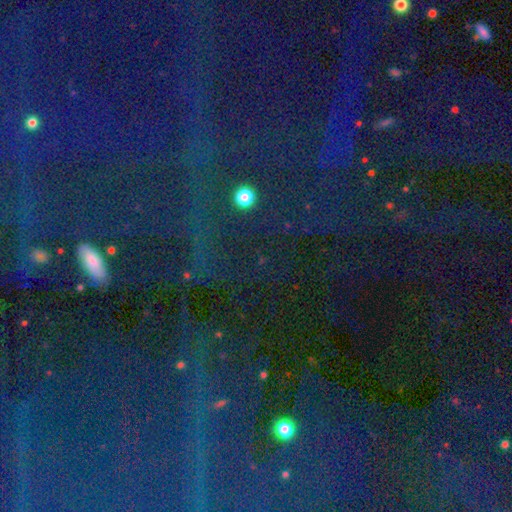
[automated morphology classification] A star or artifact, not a galaxy (78%).